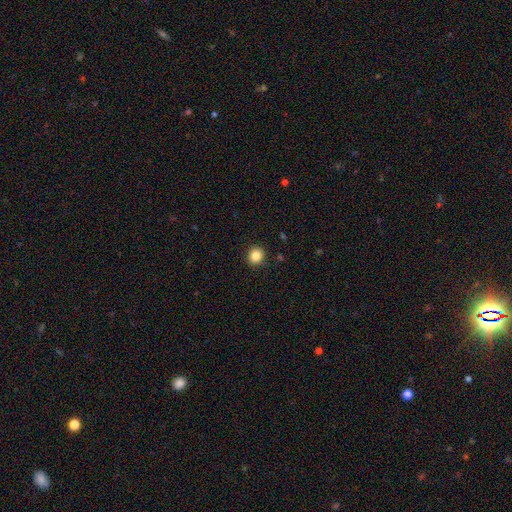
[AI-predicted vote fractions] Smooth or featured?
  - smooth: 85% *
  - star or artifact: 10%
  - featured or disk: 5%
How rounded?
  - round: 80% *
  - in between: 19%
  - cigar-shaped: 1%
Merging?
  - none: 90% *
  - minor disturbance: 7%
  - major disturbance: 2%
  - merger: 1%